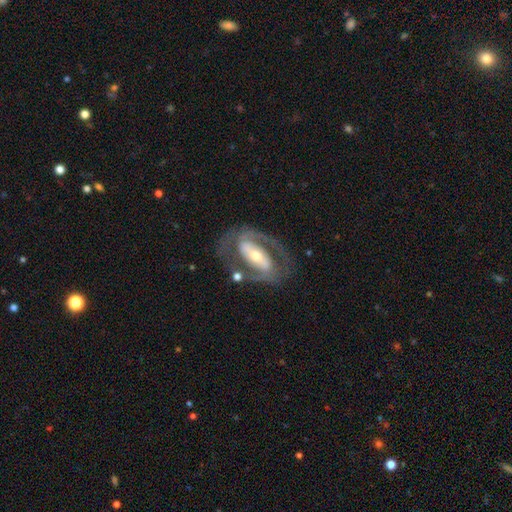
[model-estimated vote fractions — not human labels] Smooth or featured: featured or disk — 83% (smooth — 12%)
Edge-on disk: no — 93% (yes — 7%)
Bar: strong — 47% (no — 27%)
Spiral arms: yes — 80% (no — 20%)
Spiral winding: medium — 45% (tight — 38%)
Spiral arm count: 2 — 79% (can't tell — 10%)
Bulge size: moderate — 48% (small — 43%)
Merging: none — 67% (minor disturbance — 15%)